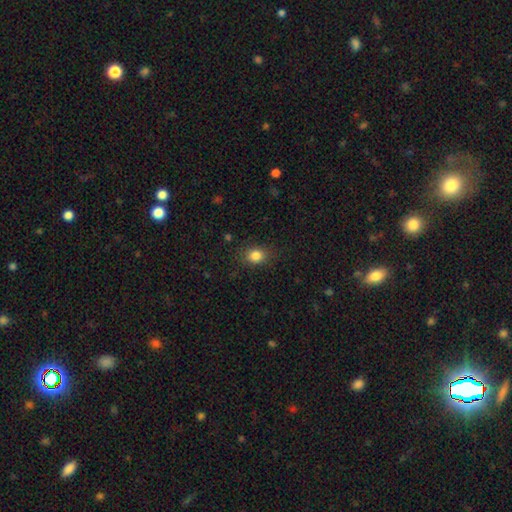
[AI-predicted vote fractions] Smooth or featured: smooth — 84% (star or artifact — 11%)
How rounded: round — 54% (in between — 45%)
Merging: none — 84% (minor disturbance — 11%)